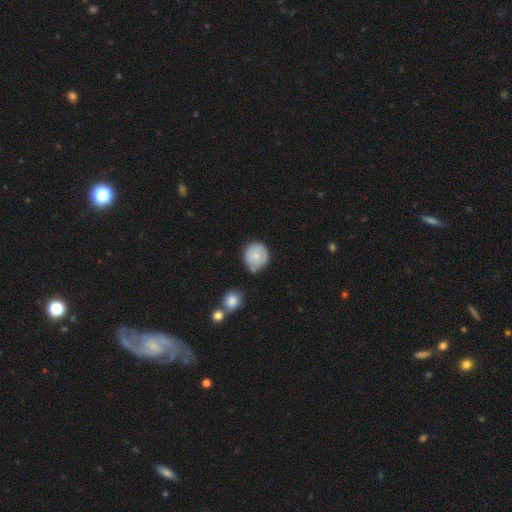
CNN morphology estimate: smooth_or_featured: smooth (p=0.72) [alt: featured or disk p=0.22]
how_rounded: round (p=0.87) [alt: in between p=0.12]
merging: none (p=0.65) [alt: minor disturbance p=0.24]